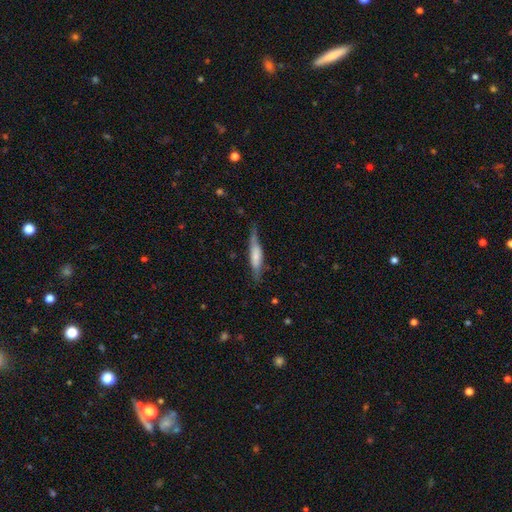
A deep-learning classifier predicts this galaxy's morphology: A smooth galaxy with no disk features (56%) that is cigar-shaped (81%). Merging: none (65%).